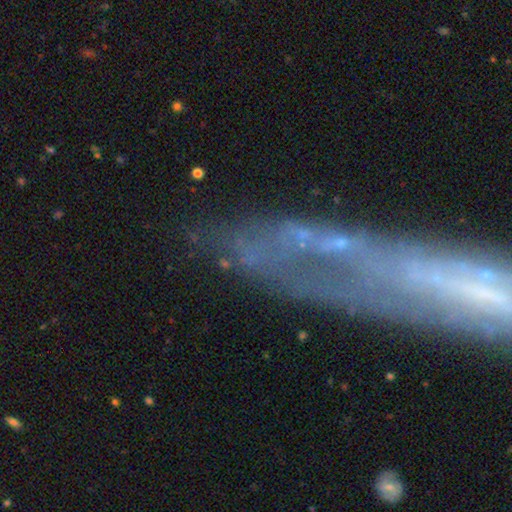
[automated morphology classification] Smooth or featured? featured or disk (49%)
Merging? none (40%)